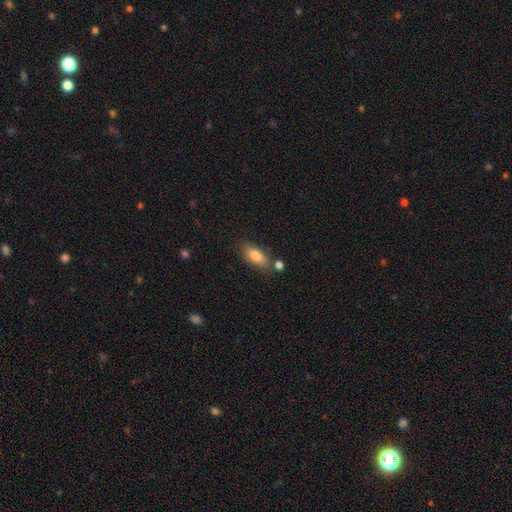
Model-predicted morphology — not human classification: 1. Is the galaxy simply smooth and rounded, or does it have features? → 81% smooth, 12% featured or disk, 7% star or artifact.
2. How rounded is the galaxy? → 80% in between, 16% cigar-shaped, 3% round.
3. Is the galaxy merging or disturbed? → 69% none, 15% minor disturbance, 12% merger, 4% major disturbance.